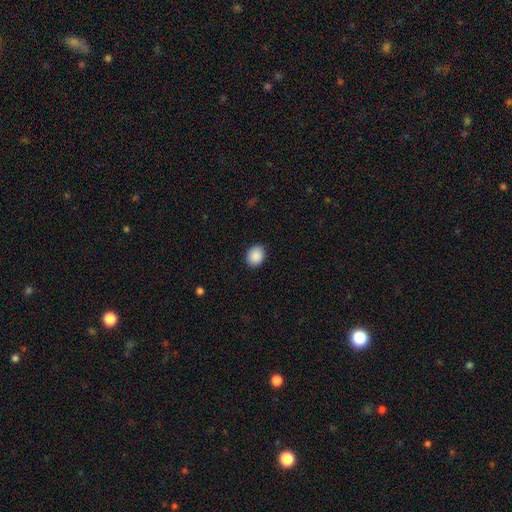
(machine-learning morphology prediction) smooth 90%, star or artifact 8%, featured or disk 3%. Down the decision tree: how rounded — round (52%); merging — none (89%).